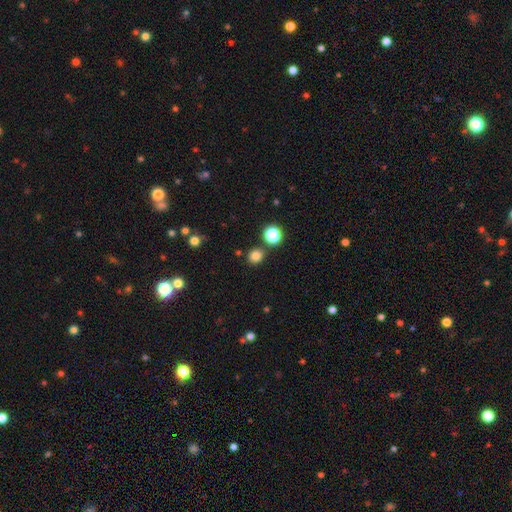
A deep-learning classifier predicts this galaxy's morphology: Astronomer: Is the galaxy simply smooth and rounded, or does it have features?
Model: smooth — 81%.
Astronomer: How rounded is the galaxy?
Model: round — 81%.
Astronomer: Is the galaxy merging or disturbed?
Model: none — 82%.